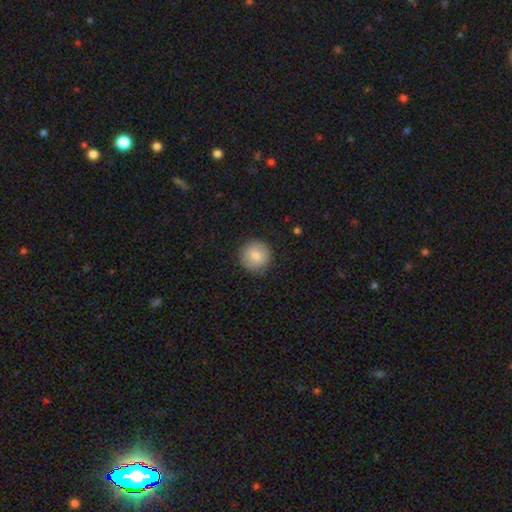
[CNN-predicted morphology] type=smooth (81%); roundness=round (95%); merging=none (87%).